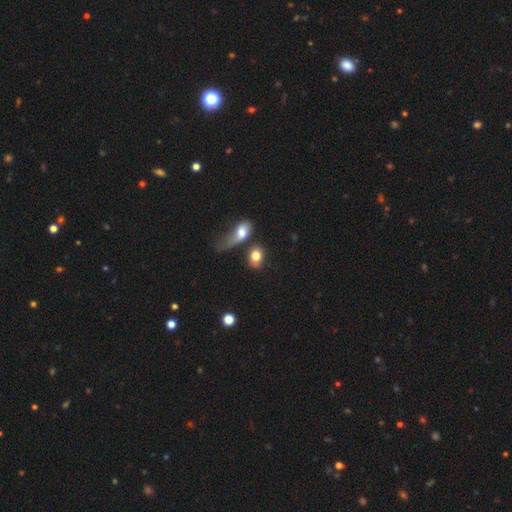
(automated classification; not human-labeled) Overall: smooth (80%). How rounded: in between (64%; round 33%). Merging: none (39%; merger 31%).